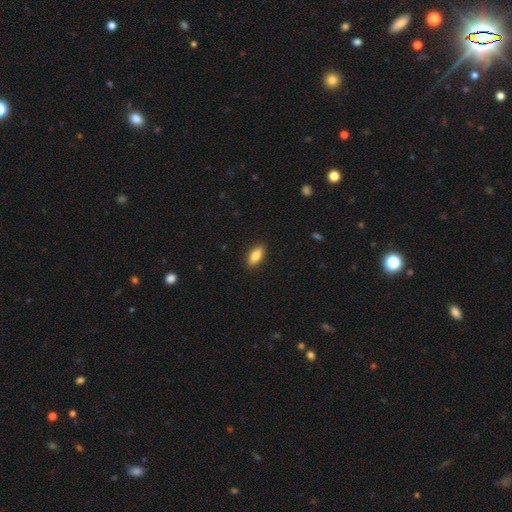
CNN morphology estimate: type=smooth (81%); roundness=in between (82%); merging=none (90%).